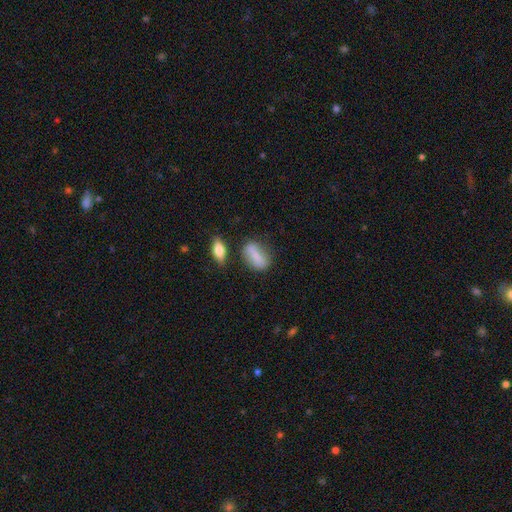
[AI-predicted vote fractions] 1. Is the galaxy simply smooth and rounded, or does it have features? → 74% smooth, 18% featured or disk, 8% star or artifact.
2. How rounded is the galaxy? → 77% in between, 14% cigar-shaped, 9% round.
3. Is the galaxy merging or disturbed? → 61% none, 21% minor disturbance, 11% merger, 7% major disturbance.